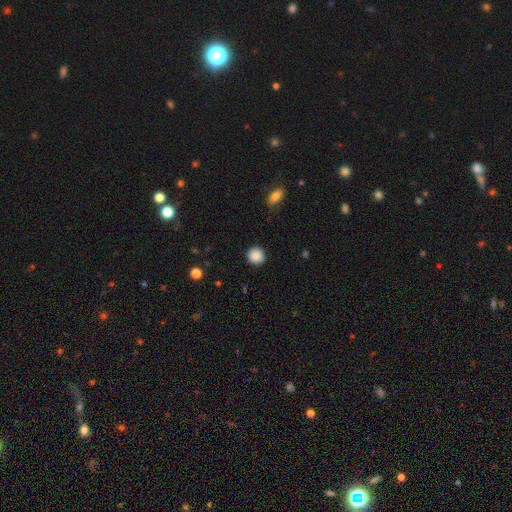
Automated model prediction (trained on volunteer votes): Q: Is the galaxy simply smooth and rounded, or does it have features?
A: smooth — 88%.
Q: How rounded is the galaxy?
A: round — 93%.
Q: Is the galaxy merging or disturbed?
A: none — 91%.